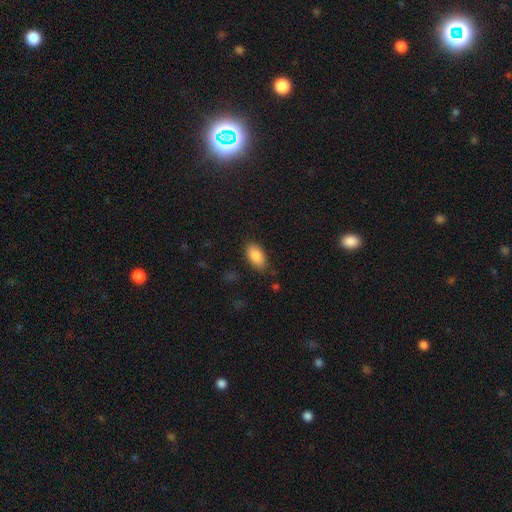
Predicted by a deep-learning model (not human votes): A smooth galaxy with no disk features (87%) that is in between round and cigar-shaped (93%). Merging: none (83%).